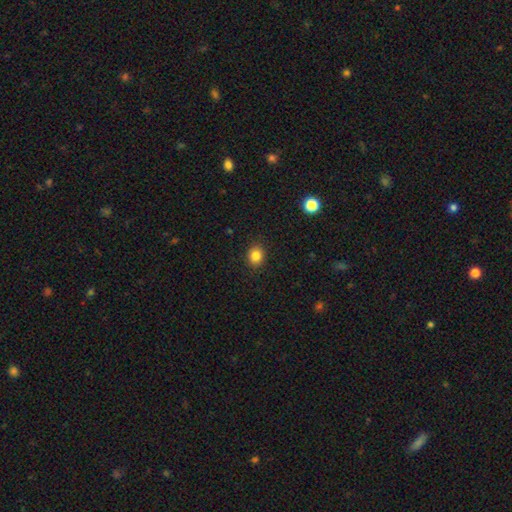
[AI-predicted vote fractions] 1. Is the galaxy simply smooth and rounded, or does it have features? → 84% smooth, 11% star or artifact, 5% featured or disk.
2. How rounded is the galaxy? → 68% round, 31% in between, 1% cigar-shaped.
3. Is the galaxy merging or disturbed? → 90% none, 7% minor disturbance, 2% major disturbance, 1% merger.